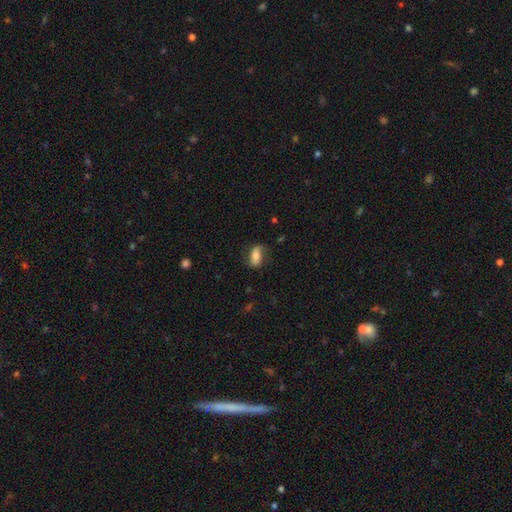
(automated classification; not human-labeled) This appears to be a smooth galaxy with no disk features (64%) that is in between round and cigar-shaped (78%). Merging: none (72%).